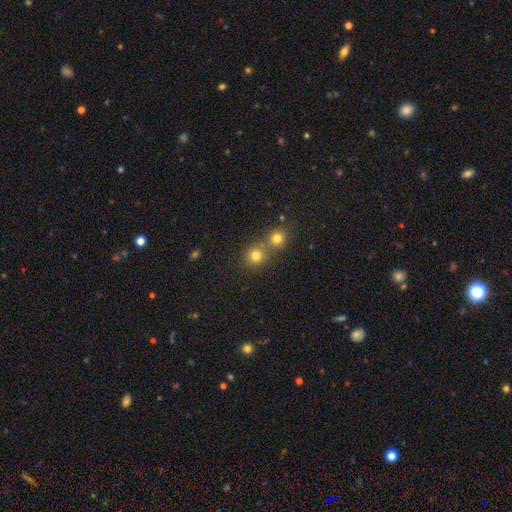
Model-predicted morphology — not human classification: Smooth or featured? smooth (78%)
How rounded? round (87%)
Merging? none (48%)